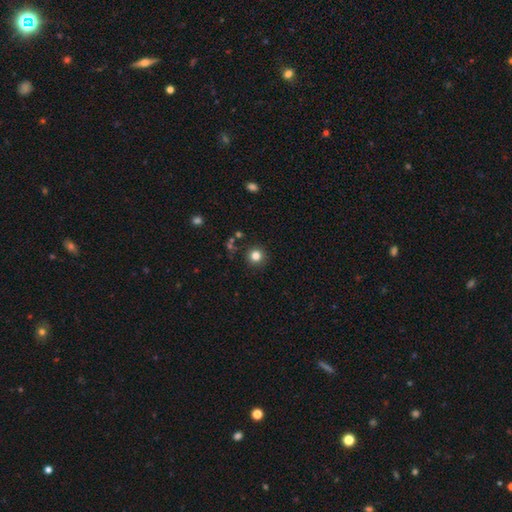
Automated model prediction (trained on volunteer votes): smooth_or_featured: smooth (p=0.82) [alt: star or artifact p=0.13]
how_rounded: round (p=0.95) [alt: in between p=0.04]
merging: none (p=0.89) [alt: minor disturbance p=0.06]